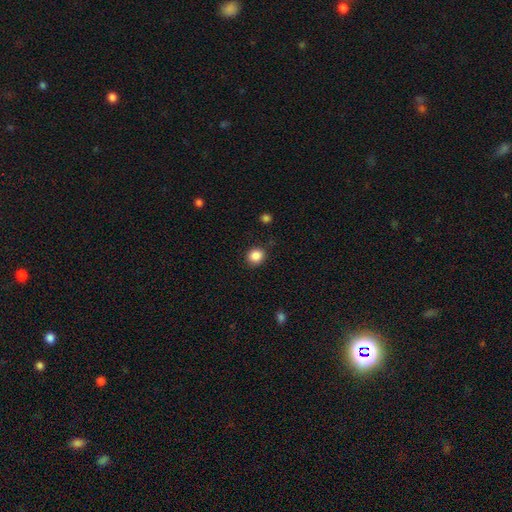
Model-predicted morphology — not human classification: Smooth or featured?
  - smooth: 87% *
  - star or artifact: 10%
  - featured or disk: 3%
How rounded?
  - round: 81% *
  - in between: 18%
  - cigar-shaped: 1%
Merging?
  - none: 88% *
  - minor disturbance: 8%
  - major disturbance: 3%
  - merger: 1%